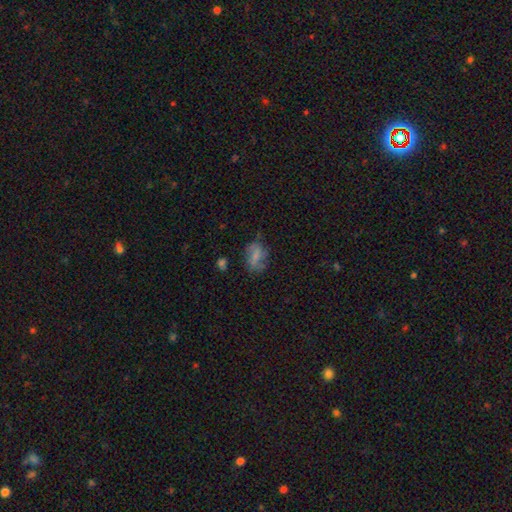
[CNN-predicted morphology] Q: Smooth or featured?
A: smooth (60%); runner-up: featured or disk (29%)
Q: How rounded?
A: in between (70%); runner-up: round (28%)
Q: Merging?
A: none (58%); runner-up: minor disturbance (25%)